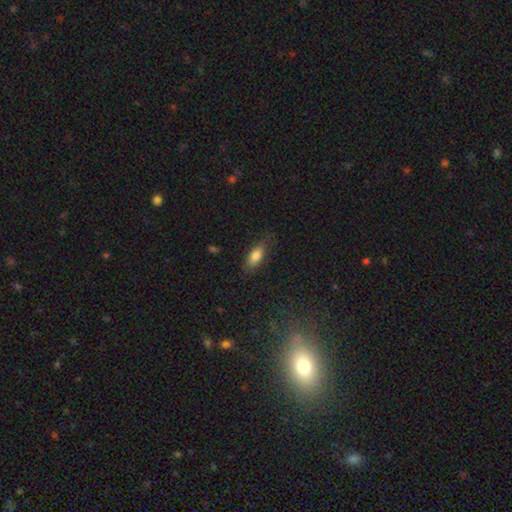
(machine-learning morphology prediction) The model was most divided on "how rounded": in between: 79%, cigar-shaped: 19%, round: 3%. More confident: smooth or featured — smooth (79%); merging — none (77%).